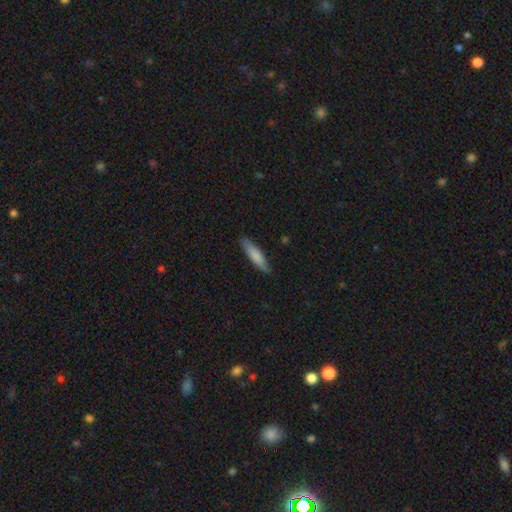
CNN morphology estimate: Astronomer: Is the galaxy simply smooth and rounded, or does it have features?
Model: smooth — 79%.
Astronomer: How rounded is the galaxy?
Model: cigar-shaped — 76%.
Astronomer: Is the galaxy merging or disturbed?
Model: none — 84%.